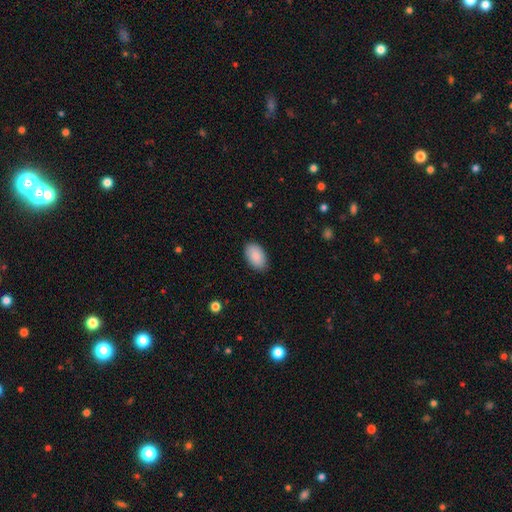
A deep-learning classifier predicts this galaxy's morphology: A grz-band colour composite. It shows a smooth galaxy with no disk features (90%) that is in between round and cigar-shaped (94%). Merging: none (87%).